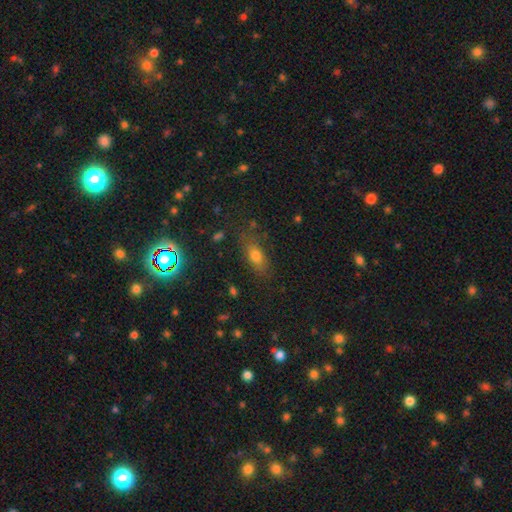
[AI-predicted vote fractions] Smooth or featured? smooth (68%)
How rounded? in between (73%)
Merging? none (73%)